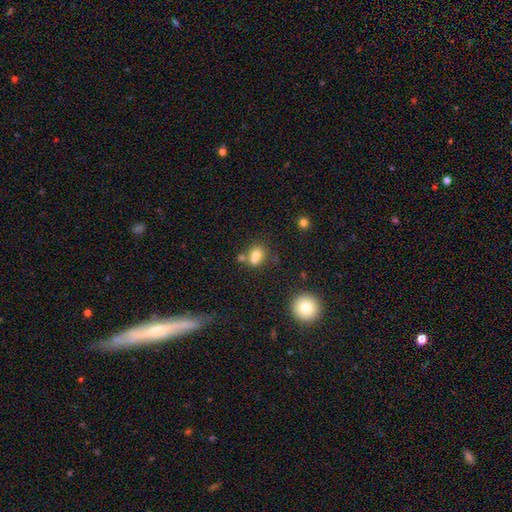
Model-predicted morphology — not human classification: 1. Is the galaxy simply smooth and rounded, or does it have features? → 70% smooth, 16% featured or disk, 14% star or artifact.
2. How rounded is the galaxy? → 69% round, 30% in between, 1% cigar-shaped.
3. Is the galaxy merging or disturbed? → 49% merger, 38% none, 9% minor disturbance, 4% major disturbance.